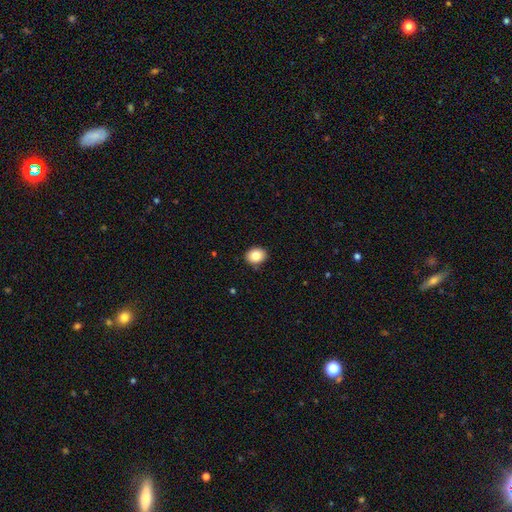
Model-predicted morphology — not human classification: A smooth galaxy with no disk features (85%) that is round (50%). Merging: none (89%).